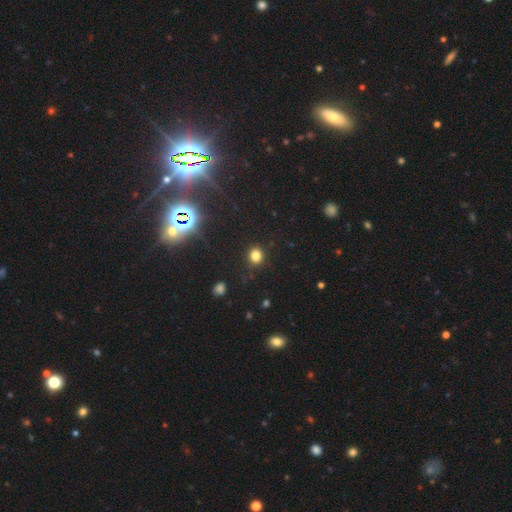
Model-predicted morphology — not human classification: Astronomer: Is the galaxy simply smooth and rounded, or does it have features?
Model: smooth — 79%.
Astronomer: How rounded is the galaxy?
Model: round — 78%.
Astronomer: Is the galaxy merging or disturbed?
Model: none — 87%.